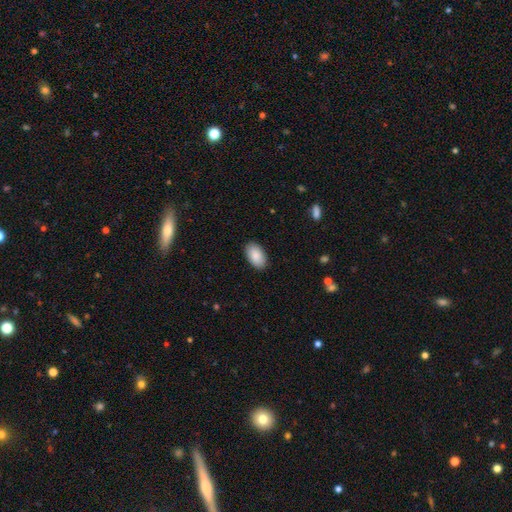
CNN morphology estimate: A smooth galaxy with no disk features (89%) that is in between round and cigar-shaped (95%).

Vote fractions:
- Smooth or featured? smooth: 89% / star or artifact: 6% / featured or disk: 5%
- How rounded? in between: 95% / round: 4% / cigar-shaped: 1%
- Merging? none: 89% / minor disturbance: 8% / major disturbance: 2% / merger: 1%